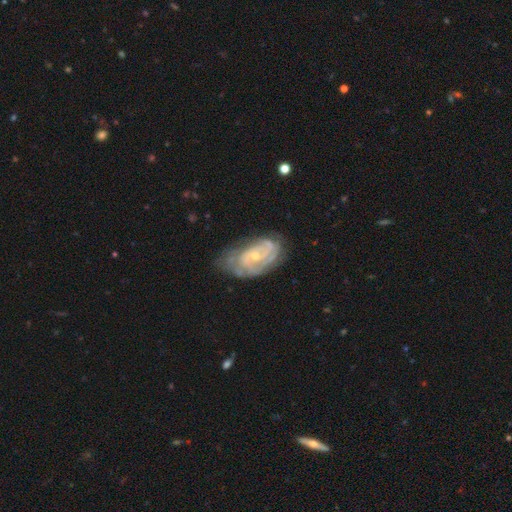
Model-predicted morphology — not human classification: featured or disk 82%, smooth 12%, star or artifact 6%. Down the decision tree: edge-on disk — no (96%); bar — no (64%); spiral arms — yes (92%); spiral arm count — can't tell (35%, tied with 2); spiral winding — tight (65%); bulge size — small (70%); merging — none (59%).